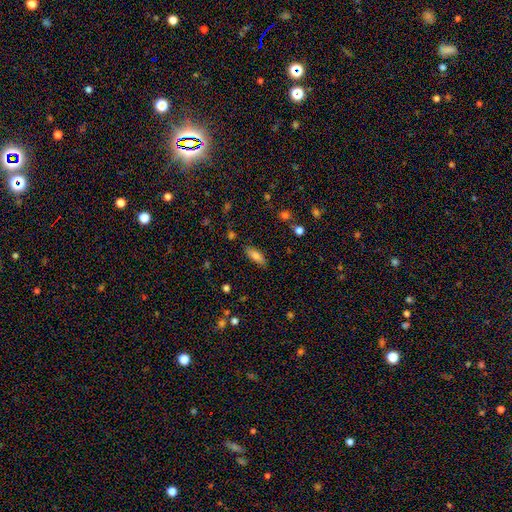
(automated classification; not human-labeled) Smooth or featured? Predicted: smooth (p=0.80). How rounded? Predicted: in between (p=0.72). Merging? Predicted: none (p=0.83).